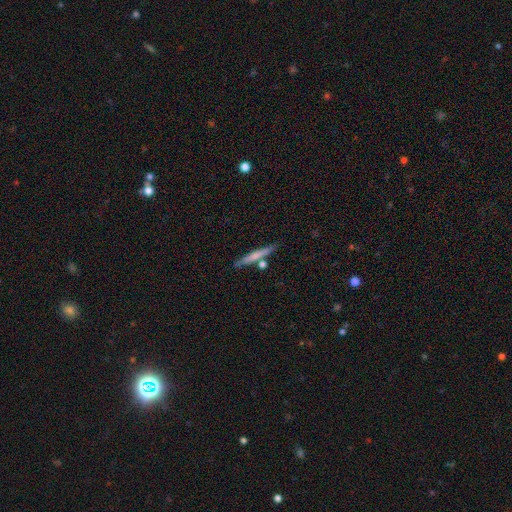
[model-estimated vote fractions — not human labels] Morphology: type=smooth (59%); roundness=cigar-shaped (94%); merging=none (78%).